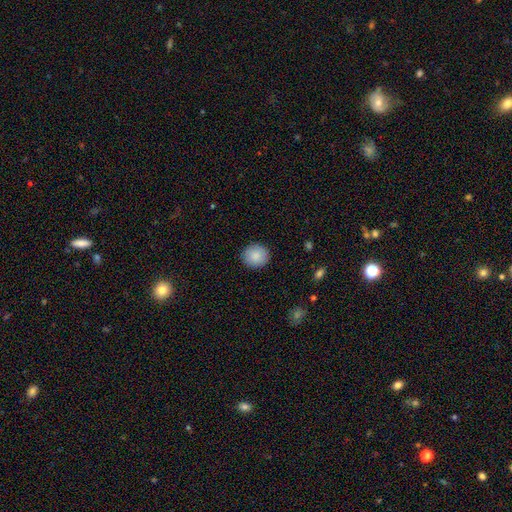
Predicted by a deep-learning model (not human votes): Smooth or featured?
  - smooth: 87% *
  - star or artifact: 7%
  - featured or disk: 5%
How rounded?
  - round: 89% *
  - in between: 10%
  - cigar-shaped: 1%
Merging?
  - none: 91% *
  - minor disturbance: 6%
  - major disturbance: 2%
  - merger: 1%